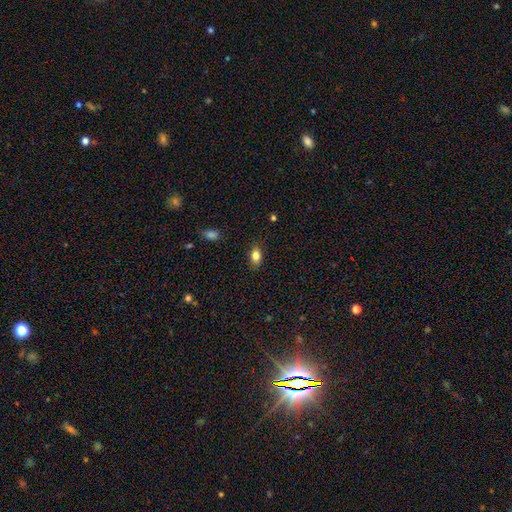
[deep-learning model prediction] Smooth or featured? Predicted: smooth (p=0.81). How rounded? Predicted: in between (p=0.83). Merging? Predicted: none (p=0.85).